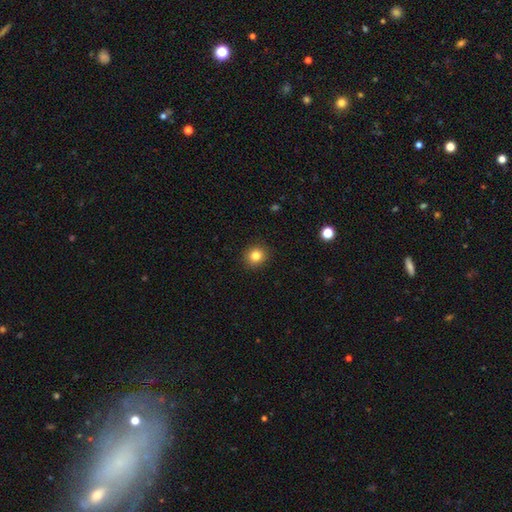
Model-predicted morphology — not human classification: Q: Smooth or featured?
A: smooth (82%); runner-up: star or artifact (11%)
Q: How rounded?
A: round (88%); runner-up: in between (11%)
Q: Merging?
A: none (91%); runner-up: minor disturbance (6%)